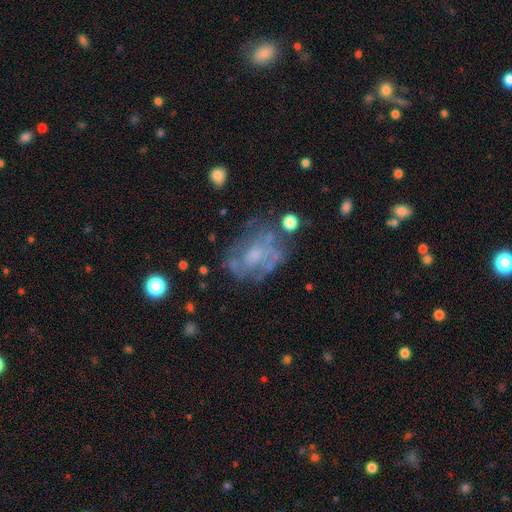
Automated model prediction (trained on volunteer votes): This is likely a featured or disk galaxy (63%). It is clearly not viewed edge-on (97%). Bar: likely no (76%). Spiral arm pattern: likely no (63%). Central bulge: marginally moderate (36%). Merging: possibly none (50%).